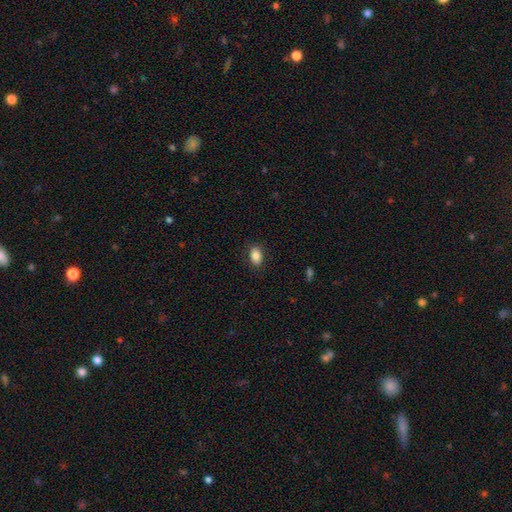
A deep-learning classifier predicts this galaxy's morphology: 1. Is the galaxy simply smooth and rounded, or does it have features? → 86% smooth, 8% star or artifact, 6% featured or disk.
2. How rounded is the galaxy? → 86% in between, 12% round, 1% cigar-shaped.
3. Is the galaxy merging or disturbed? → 86% none, 10% minor disturbance, 3% major disturbance, 1% merger.